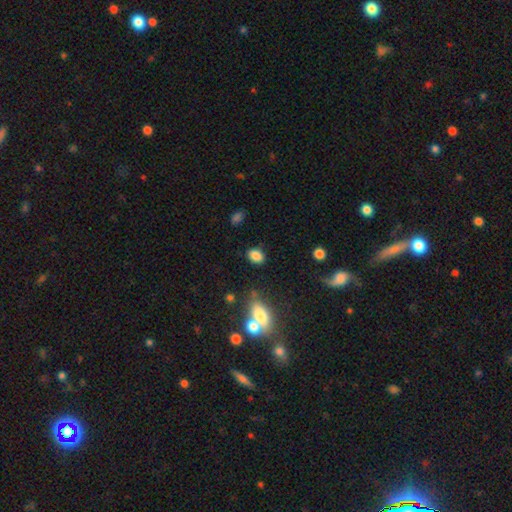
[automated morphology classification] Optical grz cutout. It shows a smooth galaxy with no disk features (85%) that is in between round and cigar-shaped (70%). Merging: none (78%).